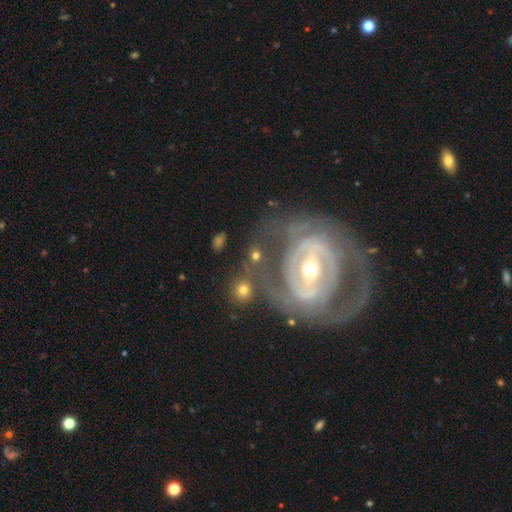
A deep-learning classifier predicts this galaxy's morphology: A featured or disk galaxy (55%) with no bar (36%), spiral arms (76%) and a moderate central bulge (59%).

Vote fractions:
- Smooth or featured? featured or disk: 55% / smooth: 35% / star or artifact: 9%
- Edge-on disk? no: 93% / yes: 7%
- Bar? no: 36% / weak: 32% / strong: 31%
- Spiral arms? yes: 76% / no: 24%
- Bulge size? moderate: 59% / small: 30% / large: 7% / dominant: 2% / none: 2%
- Merging? none: 59% / minor disturbance: 17% / major disturbance: 12% / merger: 12%